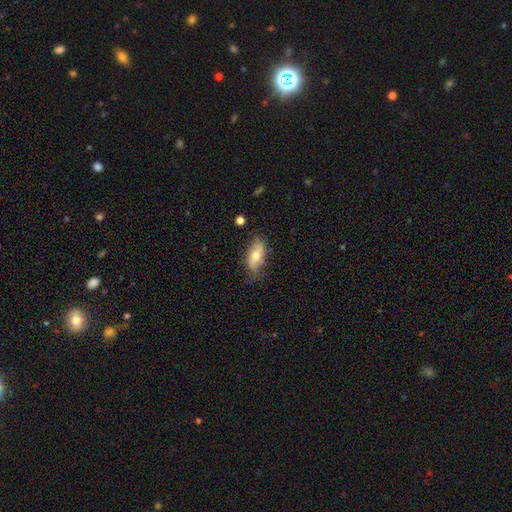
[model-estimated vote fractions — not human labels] Smooth or featured: smooth — 61% (featured or disk — 32%)
How rounded: in between — 84% (cigar-shaped — 12%)
Merging: none — 70% (minor disturbance — 23%)